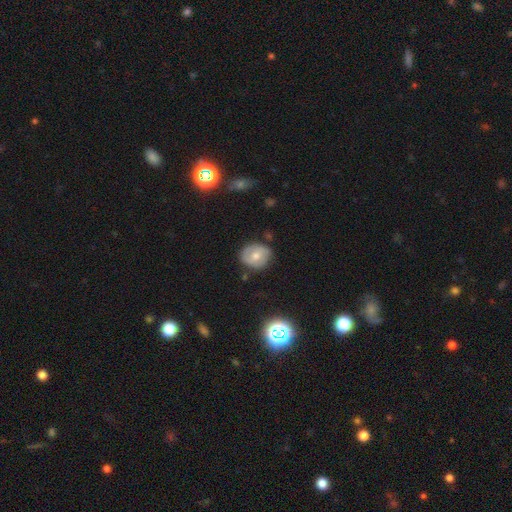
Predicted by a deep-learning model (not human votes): Q: Smooth or featured?
A: featured or disk (46%); tied with: smooth (46%)
Q: Merging?
A: none (74%); runner-up: minor disturbance (20%)